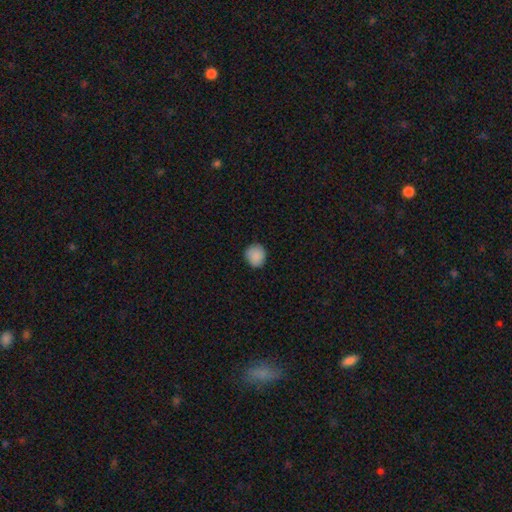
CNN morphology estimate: Smooth or featured? Predicted: smooth (p=0.87). How rounded? Predicted: round (p=0.84). Merging? Predicted: none (p=0.82).